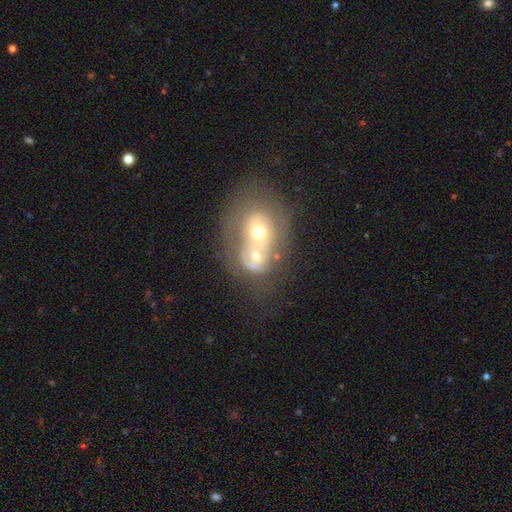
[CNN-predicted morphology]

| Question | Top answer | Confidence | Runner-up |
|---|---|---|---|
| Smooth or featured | smooth | 46% | featured or disk (43%) |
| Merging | merger | 76% | none (11%) |